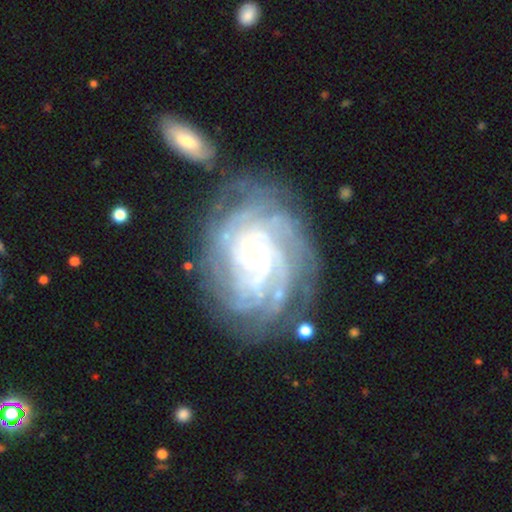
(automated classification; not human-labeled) featured or disk 89%, star or artifact 6%, smooth 5%. Down the decision tree: edge-on disk — no (97%); bar — no (69%); spiral arms — yes (97%); spiral arm count — can't tell (27%); spiral winding — tight (78%); bulge size — small (67%); merging — none (72%).